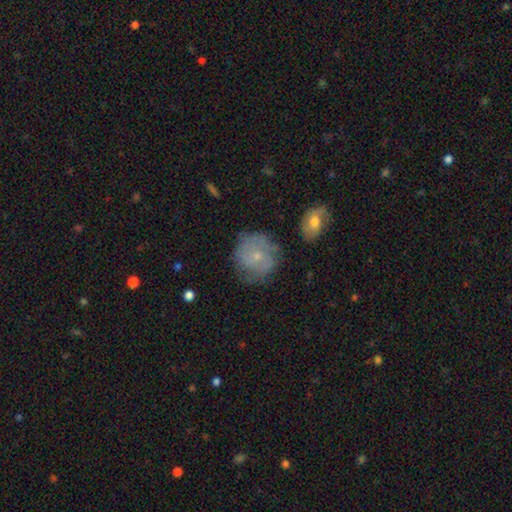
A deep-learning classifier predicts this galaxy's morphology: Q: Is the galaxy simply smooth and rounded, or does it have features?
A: featured or disk — 46%.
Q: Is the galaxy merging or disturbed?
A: none — 64%.